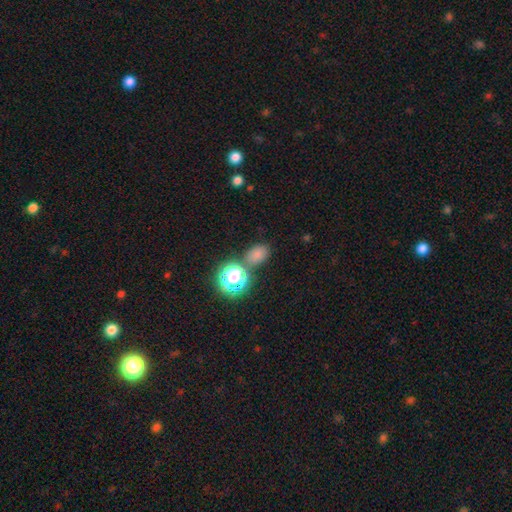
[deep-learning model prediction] This appears to be a smooth galaxy with no disk features (57%) that is in between round and cigar-shaped (49%, tied with round). Merging: none (76%).